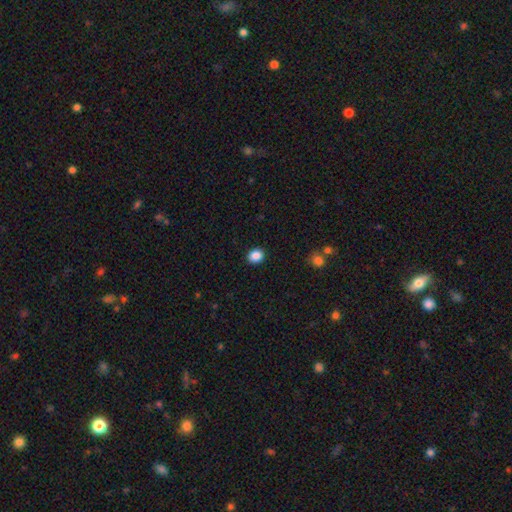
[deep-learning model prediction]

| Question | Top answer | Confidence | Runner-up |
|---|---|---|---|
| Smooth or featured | smooth | 87% | star or artifact (9%) |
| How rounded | round | 61% | in between (38%) |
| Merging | none | 91% | minor disturbance (6%) |